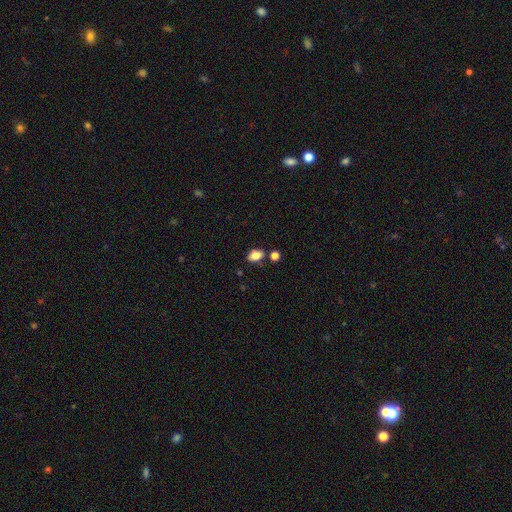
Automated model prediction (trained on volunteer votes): This appears to be a smooth galaxy with no disk features (82%) that is in between round and cigar-shaped (84%). Merging: none (73%).